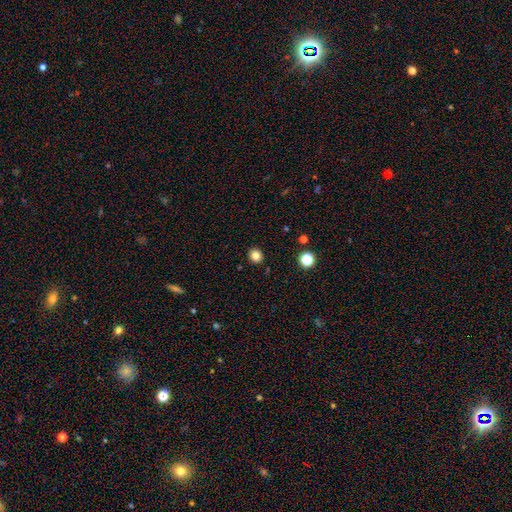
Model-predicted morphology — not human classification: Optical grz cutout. It shows a smooth galaxy with no disk features (83%) that is round (86%). Merging: none (92%).